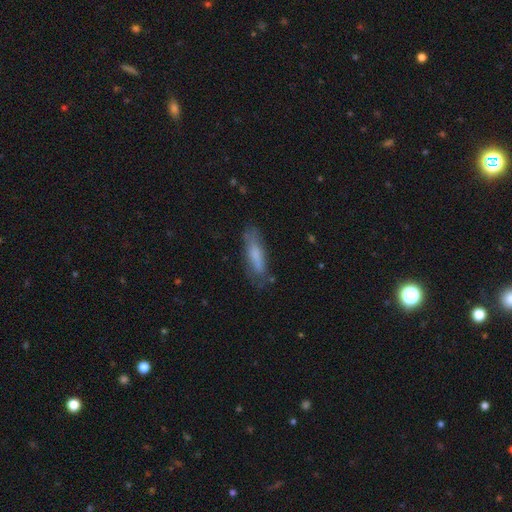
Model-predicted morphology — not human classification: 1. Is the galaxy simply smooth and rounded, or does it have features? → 70% smooth, 23% featured or disk, 7% star or artifact.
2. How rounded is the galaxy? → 64% cigar-shaped, 34% in between, 2% round.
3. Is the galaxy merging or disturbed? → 70% none, 21% minor disturbance, 7% major disturbance, 2% merger.